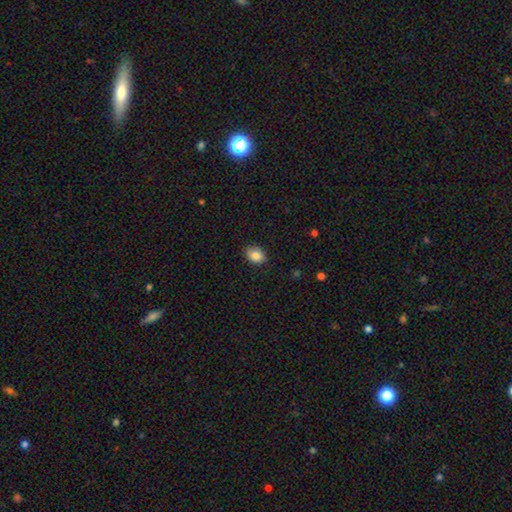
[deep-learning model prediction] Smooth or featured?
  - smooth: 85% *
  - star or artifact: 8%
  - featured or disk: 7%
How rounded?
  - in between: 70% *
  - round: 29%
  - cigar-shaped: 1%
Merging?
  - none: 83% *
  - minor disturbance: 14%
  - major disturbance: 2%
  - merger: 1%